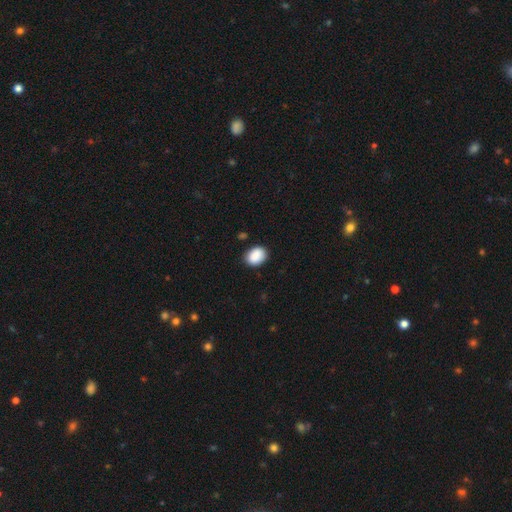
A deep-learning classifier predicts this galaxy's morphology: Smooth or featured: smooth — 89% (star or artifact — 7%)
How rounded: in between — 62% (round — 37%)
Merging: none — 85% (minor disturbance — 11%)